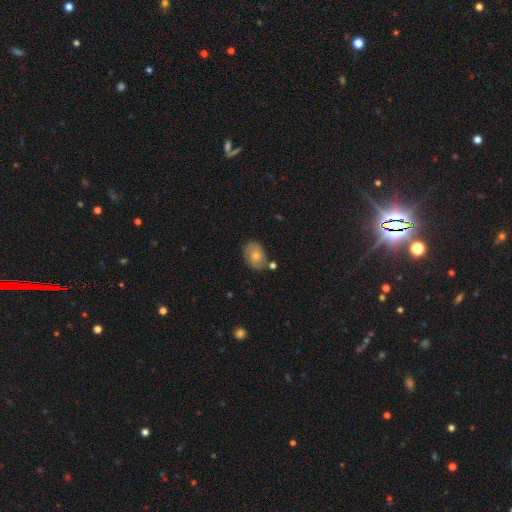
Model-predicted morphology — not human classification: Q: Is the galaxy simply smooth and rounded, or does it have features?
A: smooth — 62%.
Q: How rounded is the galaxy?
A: in between — 72%.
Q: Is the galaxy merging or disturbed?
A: none — 66%.